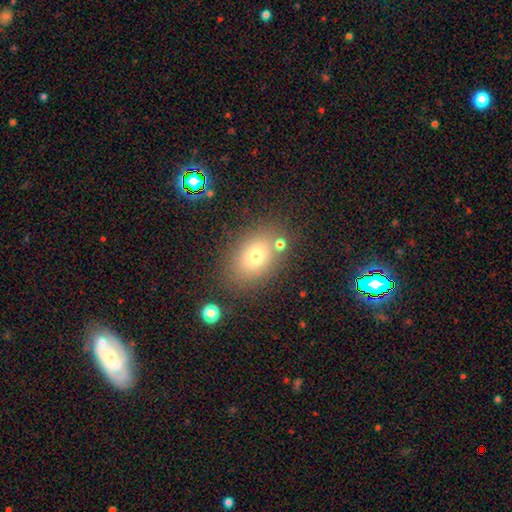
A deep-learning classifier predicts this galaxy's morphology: Q: Smooth or featured?
A: smooth (71%); runner-up: star or artifact (15%)
Q: How rounded?
A: in between (71%); runner-up: round (27%)
Q: Merging?
A: none (77%); runner-up: minor disturbance (12%)